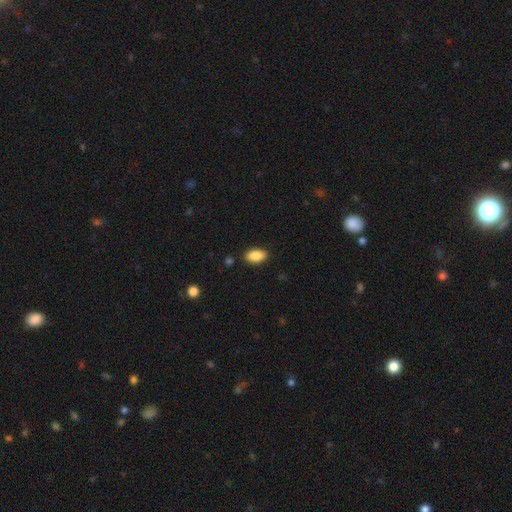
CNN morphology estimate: A smooth galaxy with no disk features (89%) that is in between round and cigar-shaped (93%).

Vote fractions:
- Smooth or featured? smooth: 89% / star or artifact: 7% / featured or disk: 4%
- How rounded? in between: 93% / cigar-shaped: 4% / round: 3%
- Merging? none: 86% / minor disturbance: 10% / major disturbance: 2% / merger: 1%